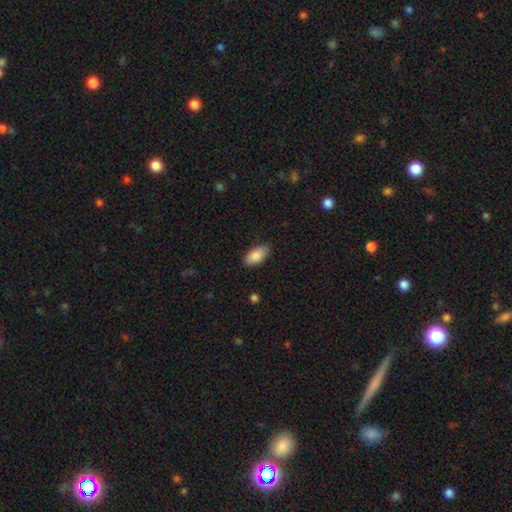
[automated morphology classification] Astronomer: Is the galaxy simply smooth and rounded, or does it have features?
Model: smooth — 87%.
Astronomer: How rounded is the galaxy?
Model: in between — 93%.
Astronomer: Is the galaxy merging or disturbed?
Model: none — 82%.